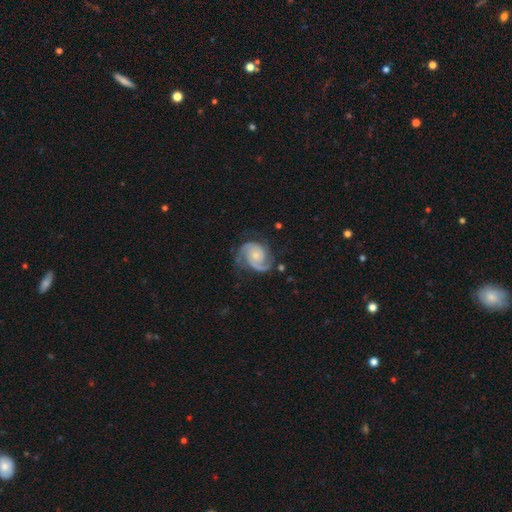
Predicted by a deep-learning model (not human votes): This is clearly a featured or disk galaxy (88%). It is clearly not viewed edge-on (98%). Bar: likely no (72%). Spiral arm pattern: clearly yes (98%). Spiral arm count: clearly 2 (83%). Spiral winding: possibly medium (48%). Central bulge: possibly small (56%). Merging: likely none (68%).